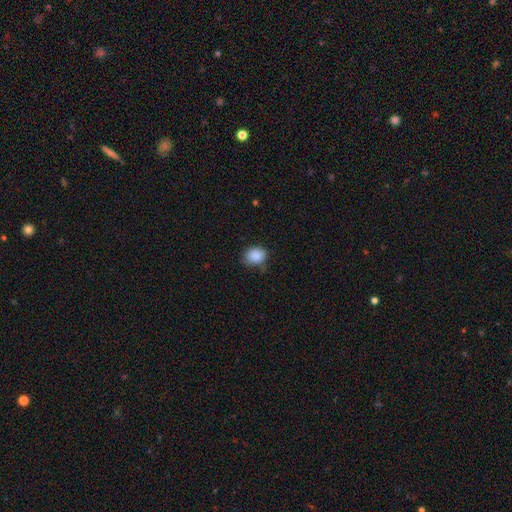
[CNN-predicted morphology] Q: Smooth or featured?
A: smooth (88%); runner-up: star or artifact (8%)
Q: How rounded?
A: round (51%); runner-up: in between (49%)
Q: Merging?
A: none (69%); runner-up: minor disturbance (25%)